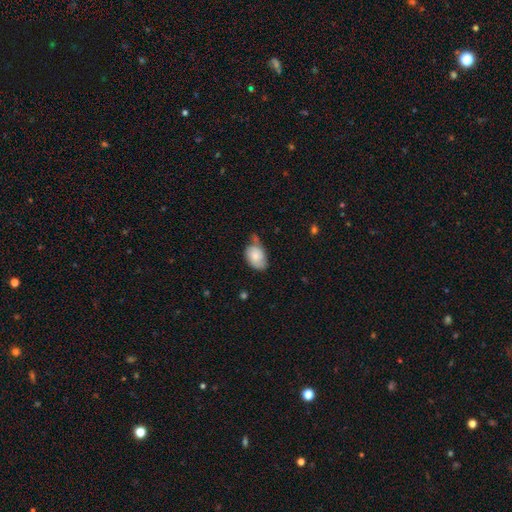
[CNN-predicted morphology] smooth_or_featured: smooth (p=0.69) [alt: featured or disk p=0.24]
how_rounded: in between (p=0.85) [alt: round p=0.13]
merging: none (p=0.42) [alt: minor disturbance p=0.38]